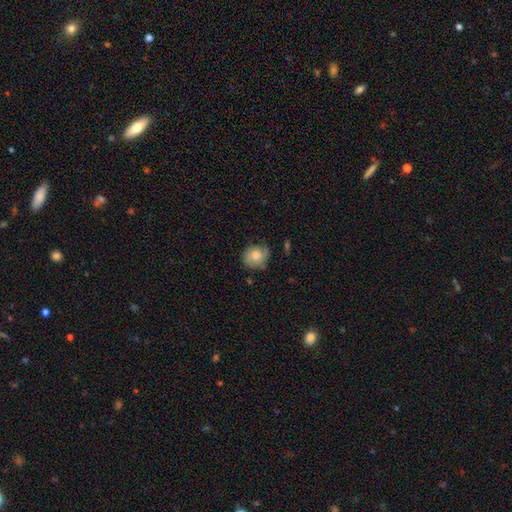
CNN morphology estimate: This is likely a smooth galaxy (73%). How rounded: likely round (80%). Merging: likely none (66%).